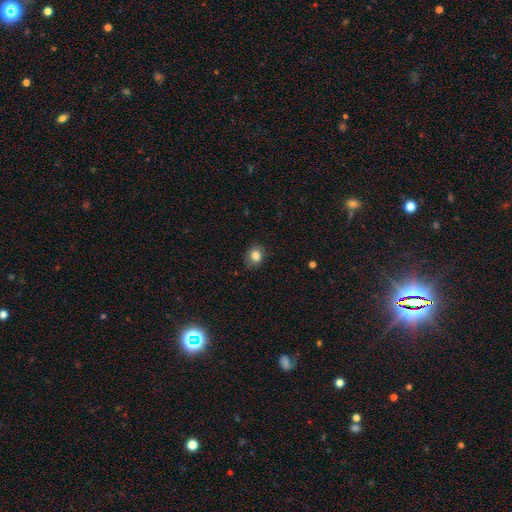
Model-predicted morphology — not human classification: Overall: smooth (84%). How rounded: round (57%; in between 42%). Merging: none (76%).